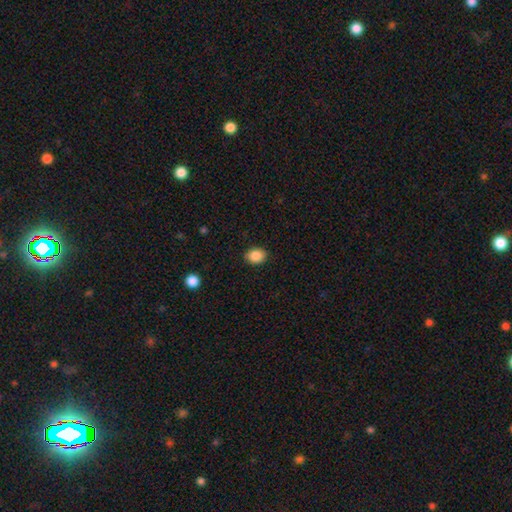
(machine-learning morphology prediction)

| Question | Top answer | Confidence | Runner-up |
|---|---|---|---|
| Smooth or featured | smooth | 87% | star or artifact (9%) |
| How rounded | in between | 62% | round (37%) |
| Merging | none | 89% | minor disturbance (8%) |